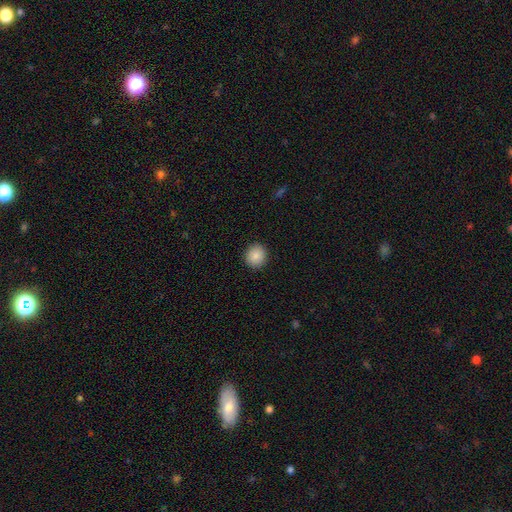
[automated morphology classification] A smooth galaxy with no disk features (88%) that is round (87%).

Vote fractions:
- Smooth or featured? smooth: 88% / star or artifact: 8% / featured or disk: 4%
- How rounded? round: 87% / in between: 12% / cigar-shaped: 1%
- Merging? none: 92% / minor disturbance: 6% / major disturbance: 2% / merger: 1%